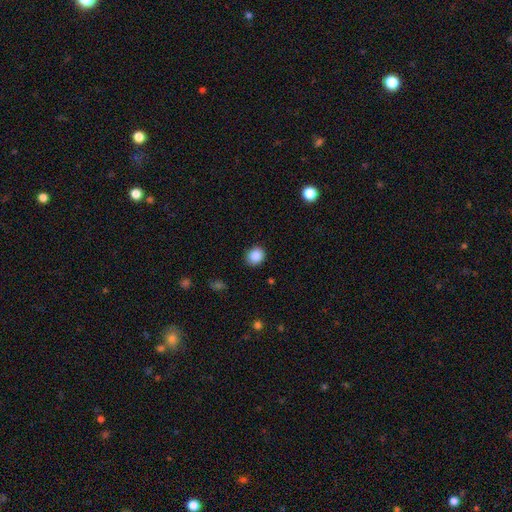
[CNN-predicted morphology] This is clearly a smooth galaxy (88%). How rounded: likely round (75%). Merging: clearly none (88%).